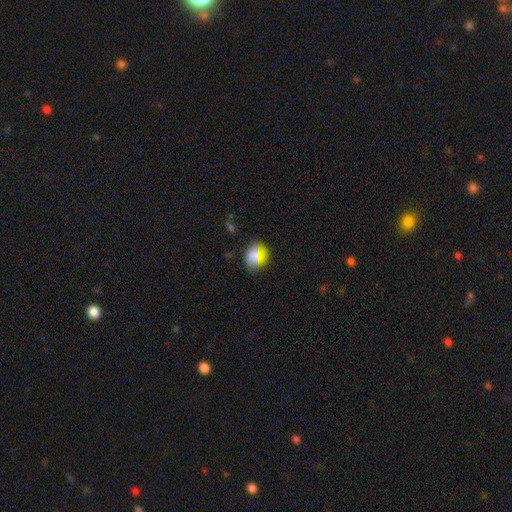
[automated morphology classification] Smooth or featured?
  - smooth: 68% *
  - star or artifact: 20%
  - featured or disk: 12%
How rounded?
  - round: 67% *
  - in between: 30%
  - cigar-shaped: 3%
Merging?
  - none: 82% *
  - minor disturbance: 12%
  - major disturbance: 3%
  - merger: 2%